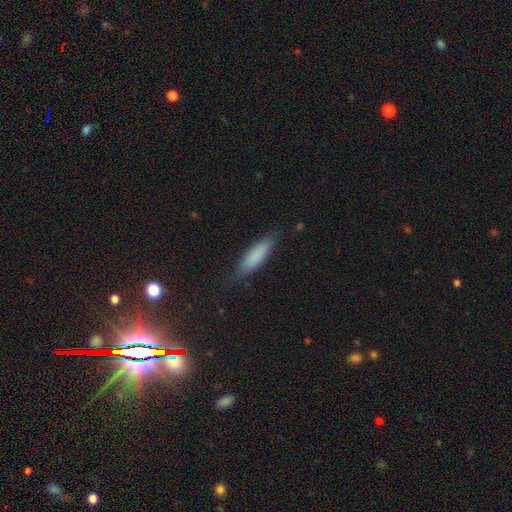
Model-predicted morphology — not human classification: Smooth or featured?
  - smooth: 83% *
  - featured or disk: 10%
  - star or artifact: 7%
How rounded?
  - cigar-shaped: 63% *
  - in between: 36%
  - round: 2%
Merging?
  - none: 79% *
  - minor disturbance: 16%
  - major disturbance: 4%
  - merger: 1%